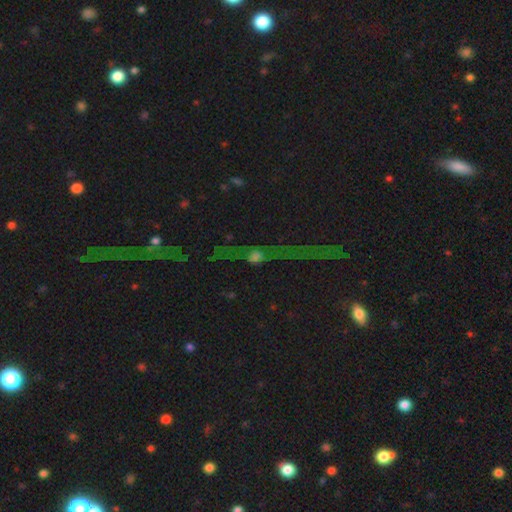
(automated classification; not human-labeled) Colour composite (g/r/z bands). It shows a star or artifact, not a galaxy (52%).